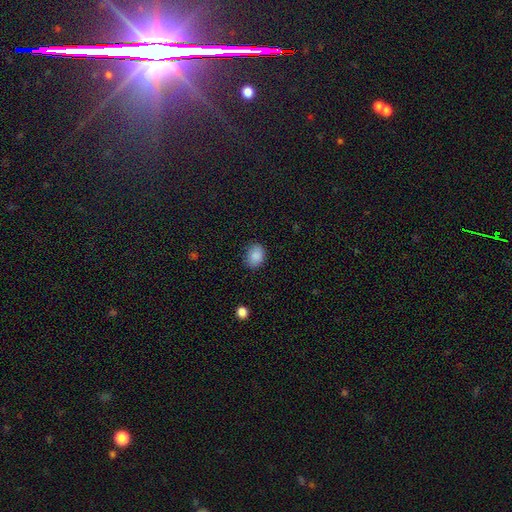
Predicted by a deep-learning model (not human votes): Smooth or featured? Predicted: smooth (p=0.88). How rounded? Predicted: in between (p=0.60). Merging? Predicted: none (p=0.80).